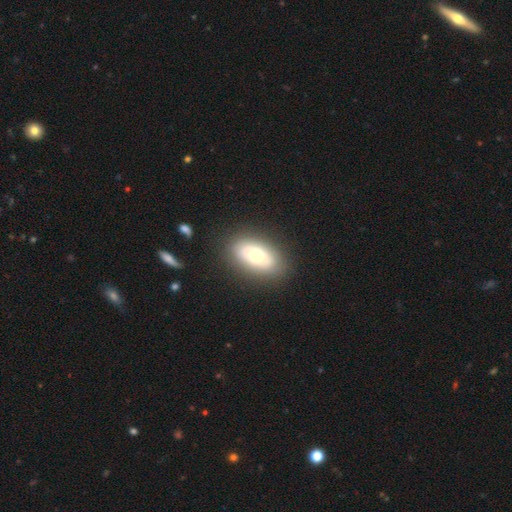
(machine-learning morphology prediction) Smooth or featured: smooth — 56% (featured or disk — 36%)
How rounded: in between — 89% (round — 7%)
Merging: none — 83% (minor disturbance — 12%)